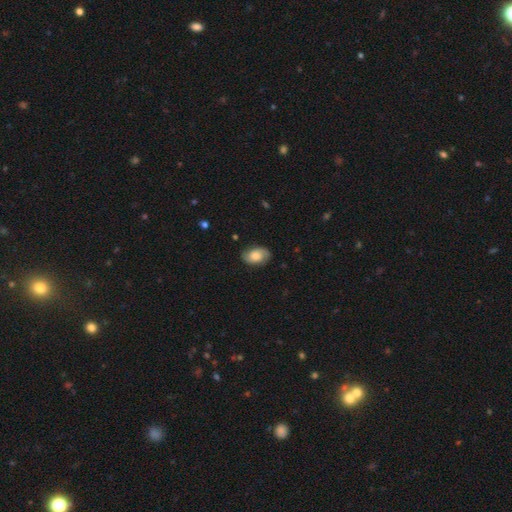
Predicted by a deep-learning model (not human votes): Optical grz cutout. It shows a smooth galaxy with no disk features (55%) that is in between round and cigar-shaped (87%). Merging: none (79%).